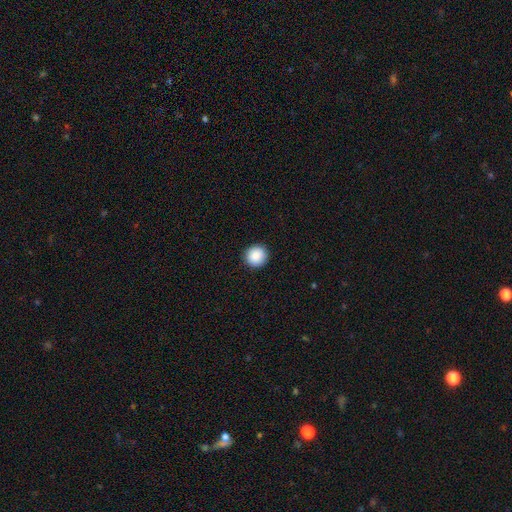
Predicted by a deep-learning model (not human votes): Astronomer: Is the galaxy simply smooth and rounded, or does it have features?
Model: smooth — 88%.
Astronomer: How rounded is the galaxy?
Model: round — 95%.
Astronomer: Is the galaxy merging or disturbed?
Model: none — 93%.